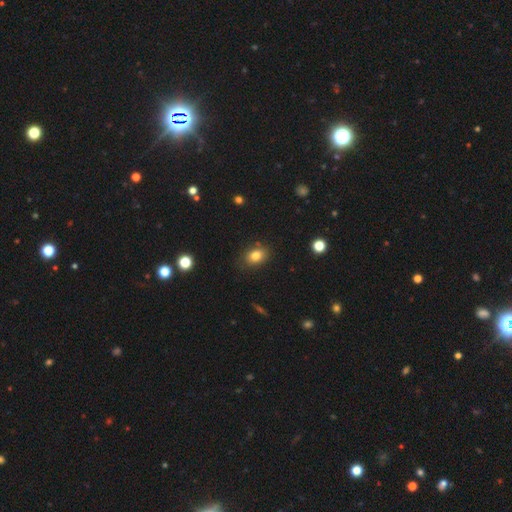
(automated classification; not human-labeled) A smooth galaxy with no disk features (80%) that is in between round and cigar-shaped (69%).

Vote fractions:
- Smooth or featured? smooth: 80% / star or artifact: 11% / featured or disk: 9%
- How rounded? in between: 69% / round: 30% / cigar-shaped: 1%
- Merging? none: 82% / minor disturbance: 13% / major disturbance: 3% / merger: 2%